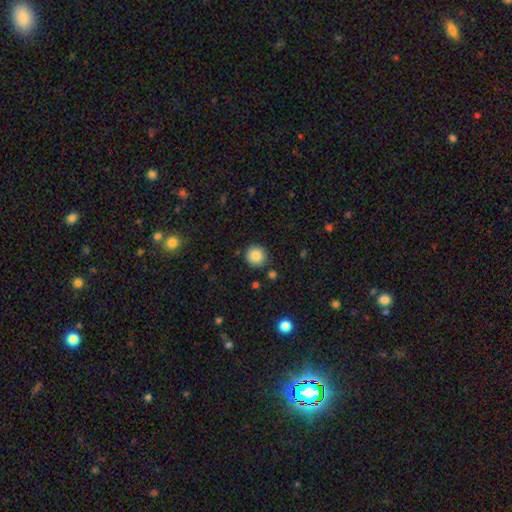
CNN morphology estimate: Smooth or featured: smooth — 86% (star or artifact — 9%)
How rounded: round — 94% (in between — 5%)
Merging: none — 87% (minor disturbance — 8%)